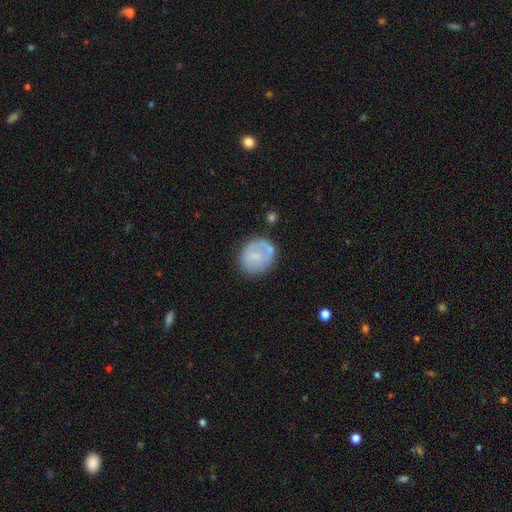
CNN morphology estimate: Smooth or featured?
  - smooth: 63% *
  - featured or disk: 29%
  - star or artifact: 8%
How rounded?
  - round: 75% *
  - in between: 24%
  - cigar-shaped: 1%
Merging?
  - none: 65% *
  - minor disturbance: 21%
  - major disturbance: 9%
  - merger: 4%